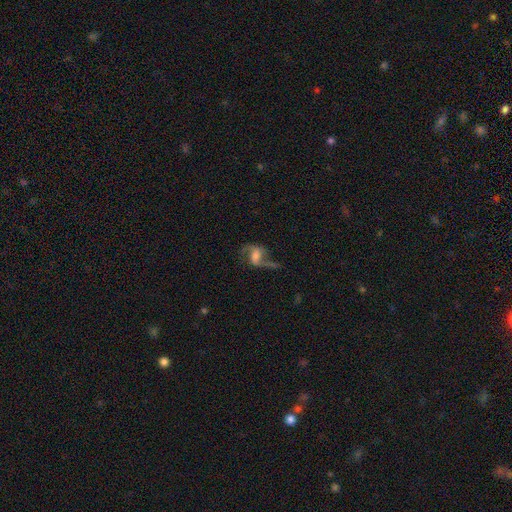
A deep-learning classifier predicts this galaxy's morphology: type=featured or disk (80%); edge-on=no (96%); bar=weak (45%); spiral arms=yes (92%); winding=loose (67%); arm count=2 (88%); bulge=moderate (46%); merging=none (56%).